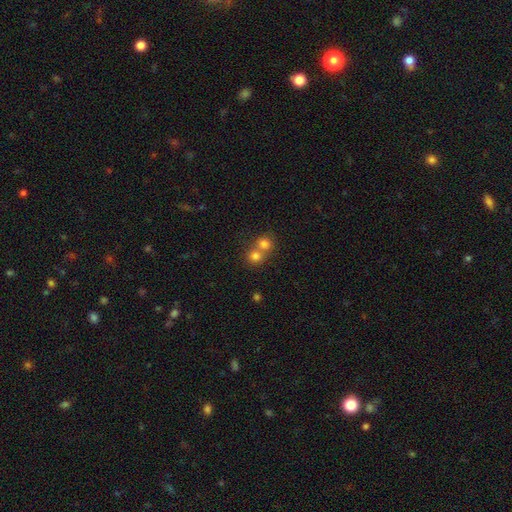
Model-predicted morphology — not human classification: This appears to be a smooth galaxy with no disk features (77%) that is round (86%). Merging: merger (53%).